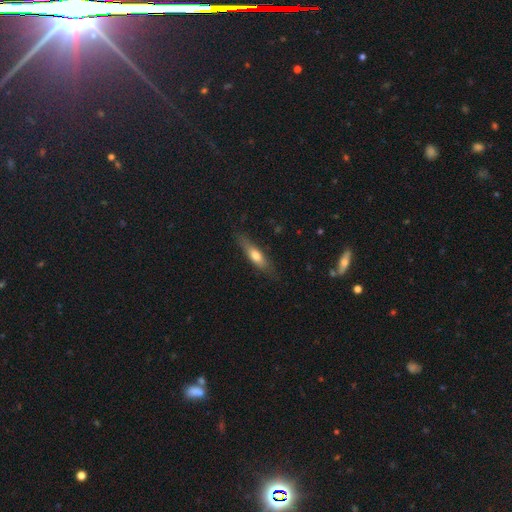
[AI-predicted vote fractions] smooth_or_featured: smooth (p=0.61) [alt: featured or disk p=0.32]
how_rounded: cigar-shaped (p=0.65) [alt: in between p=0.33]
merging: none (p=0.77) [alt: minor disturbance p=0.18]